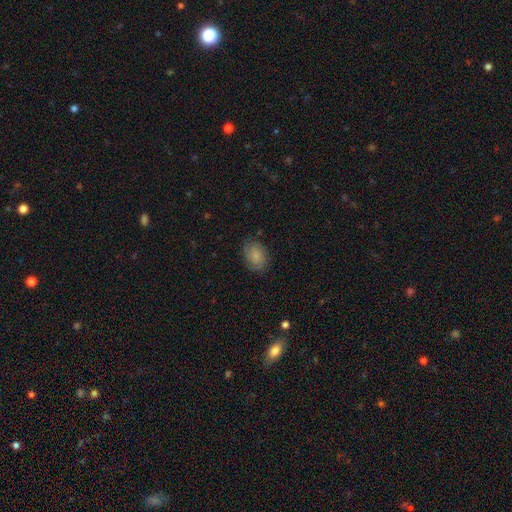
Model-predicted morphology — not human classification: Smooth or featured: smooth — 80% (featured or disk — 13%)
How rounded: in between — 78% (round — 20%)
Merging: none — 80% (minor disturbance — 16%)